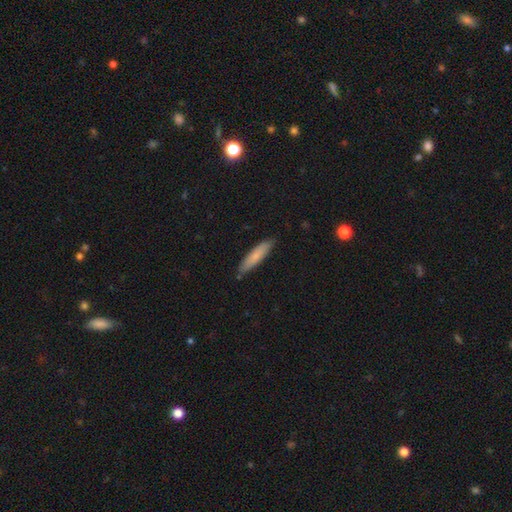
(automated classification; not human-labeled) A smooth galaxy with no disk features (75%) that is cigar-shaped (83%).

Vote fractions:
- Smooth or featured? smooth: 75% / featured or disk: 20% / star or artifact: 5%
- How rounded? cigar-shaped: 83% / in between: 16% / round: 1%
- Merging? none: 85% / minor disturbance: 12% / major disturbance: 2% / merger: 2%